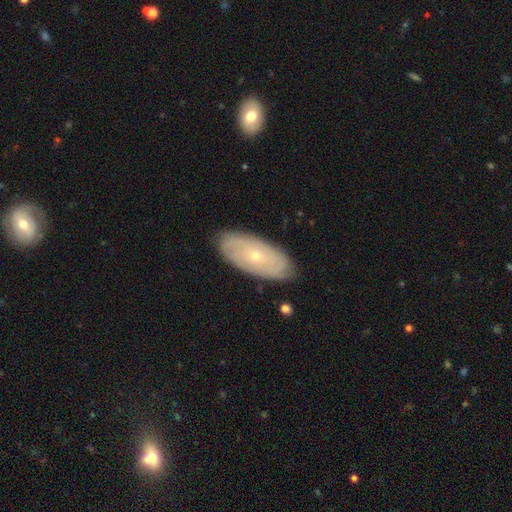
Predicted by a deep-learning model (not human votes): Morphology: type=featured or disk (57%); edge-on=no (86%); merging=none (85%).